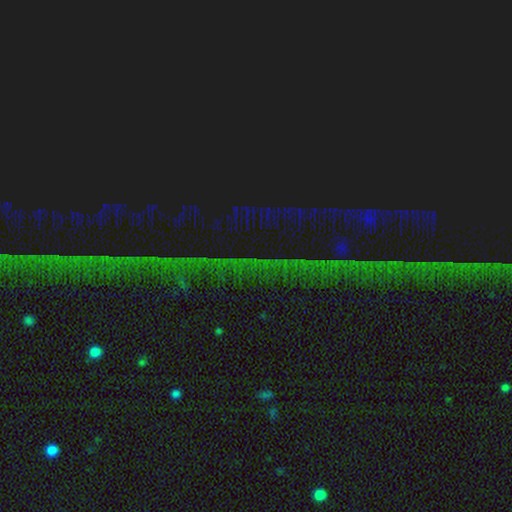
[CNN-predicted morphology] Smooth or featured? star or artifact (82%)